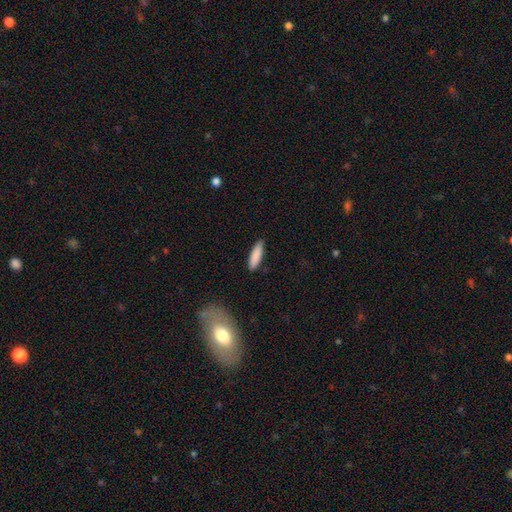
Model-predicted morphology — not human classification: smooth_or_featured: smooth (p=0.87) [alt: featured or disk p=0.07]
how_rounded: cigar-shaped (p=0.63) [alt: in between p=0.36]
merging: none (p=0.83) [alt: minor disturbance p=0.13]